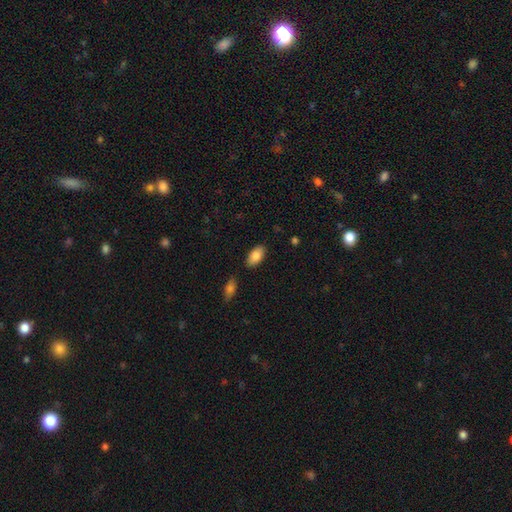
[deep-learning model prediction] Q: Smooth or featured?
A: smooth (85%); runner-up: featured or disk (9%)
Q: How rounded?
A: in between (93%); runner-up: cigar-shaped (4%)
Q: Merging?
A: none (84%); runner-up: minor disturbance (11%)